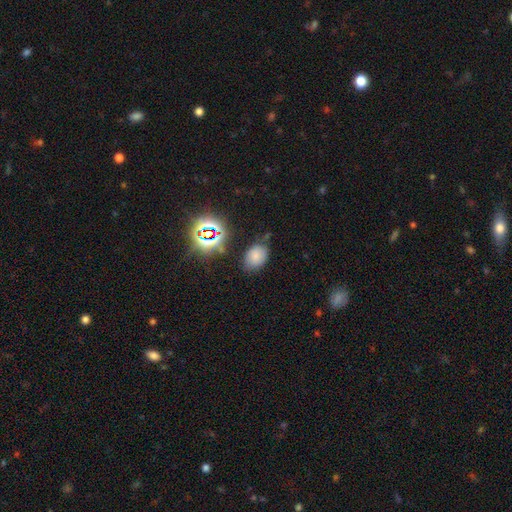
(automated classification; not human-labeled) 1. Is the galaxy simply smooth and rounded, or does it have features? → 71% smooth, 19% star or artifact, 10% featured or disk.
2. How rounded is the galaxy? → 77% in between, 22% round, 1% cigar-shaped.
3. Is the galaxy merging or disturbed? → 71% none, 20% minor disturbance, 5% major disturbance, 4% merger.